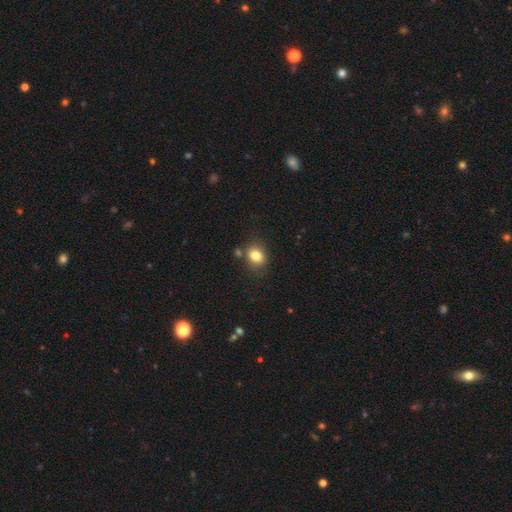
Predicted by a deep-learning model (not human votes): Smooth or featured? Predicted: smooth (p=0.81). How rounded? Predicted: round (p=0.50). Merging? Predicted: none (p=0.75).